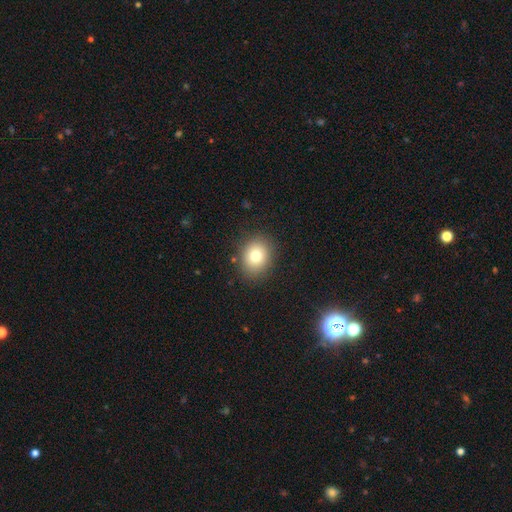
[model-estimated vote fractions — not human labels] Smooth or featured: smooth — 78% (star or artifact — 12%)
How rounded: round — 62% (in between — 37%)
Merging: none — 87% (minor disturbance — 9%)